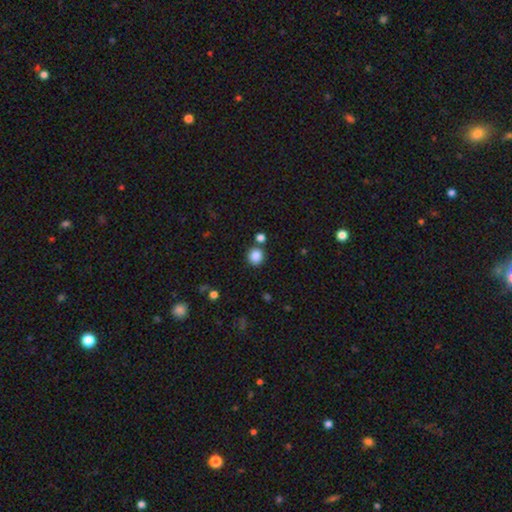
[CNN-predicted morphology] Smooth or featured?
  - smooth: 86% *
  - star or artifact: 10%
  - featured or disk: 3%
How rounded?
  - round: 88% *
  - in between: 11%
  - cigar-shaped: 1%
Merging?
  - none: 79% *
  - merger: 11%
  - minor disturbance: 8%
  - major disturbance: 3%